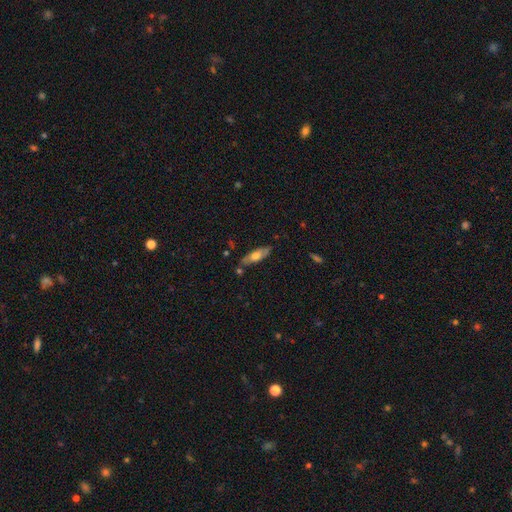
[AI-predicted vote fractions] This is possibly a smooth galaxy (53%). How rounded: possibly in between (50%). Merging: likely none (78%).